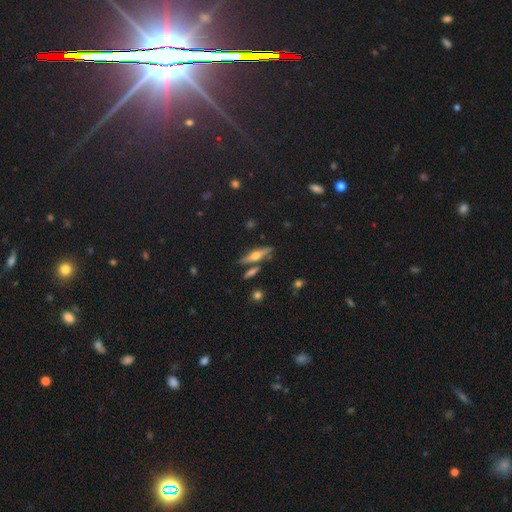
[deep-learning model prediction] A featured or disk galaxy (60%) viewed edge-on (95%) with a rounded central bulge (92%).

Vote fractions:
- Smooth or featured? featured or disk: 60% / smooth: 32% / star or artifact: 8%
- Edge-on disk? yes: 95% / no: 5%
- Edge-on bulge? rounded: 92% / boxy: 4% / none: 4%
- Merging? none: 78% / minor disturbance: 10% / merger: 8% / major disturbance: 3%